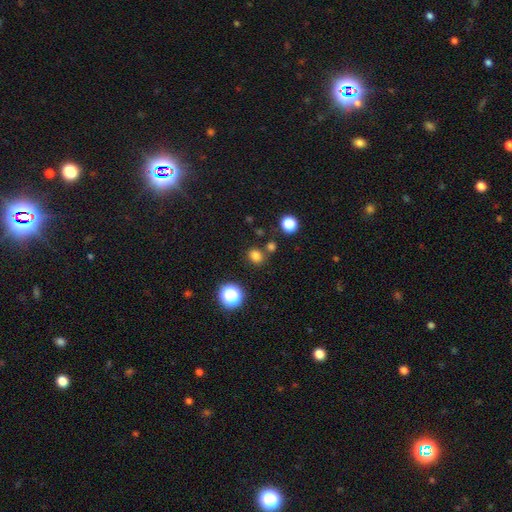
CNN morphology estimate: Smooth or featured?
  - smooth: 77% *
  - star or artifact: 18%
  - featured or disk: 5%
How rounded?
  - round: 68% *
  - in between: 31%
  - cigar-shaped: 1%
Merging?
  - none: 77% *
  - merger: 10%
  - minor disturbance: 10%
  - major disturbance: 3%